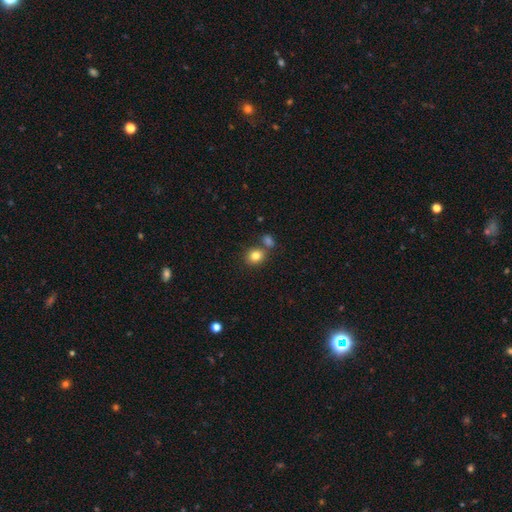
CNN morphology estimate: This is clearly a smooth galaxy (83%). How rounded: likely round (66%). Merging: likely none (66%).